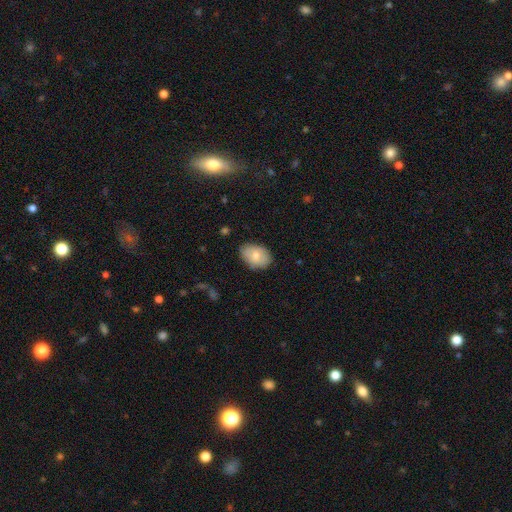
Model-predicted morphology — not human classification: Smooth or featured?
  - smooth: 75% *
  - featured or disk: 18%
  - star or artifact: 7%
How rounded?
  - in between: 83% *
  - round: 16%
  - cigar-shaped: 1%
Merging?
  - none: 78% *
  - minor disturbance: 17%
  - major disturbance: 3%
  - merger: 1%